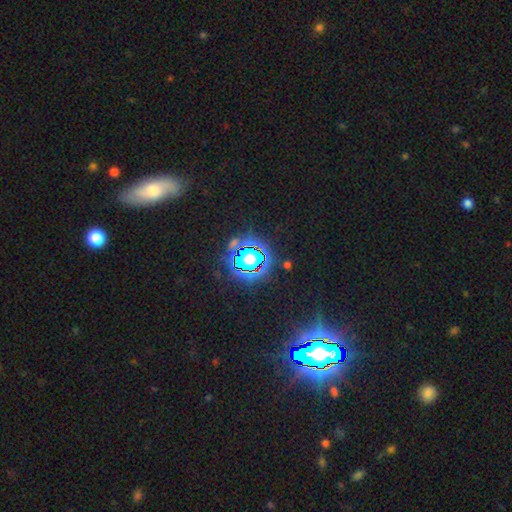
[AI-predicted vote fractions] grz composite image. It shows a star or artifact, not a galaxy (71%).